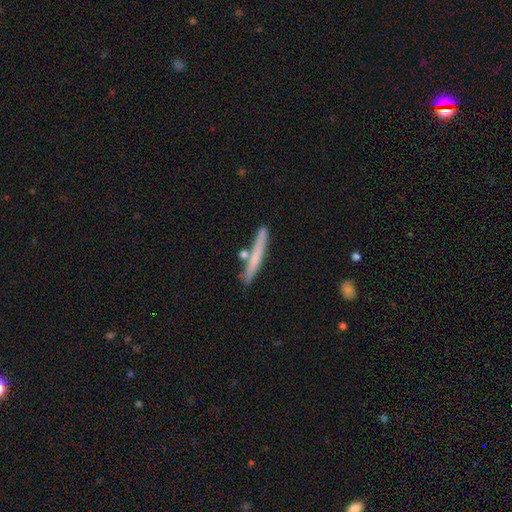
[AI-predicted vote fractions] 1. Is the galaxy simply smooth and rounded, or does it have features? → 58% smooth, 36% featured or disk, 6% star or artifact.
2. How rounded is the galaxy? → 96% cigar-shaped, 3% in between, 1% round.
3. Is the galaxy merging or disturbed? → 80% none, 11% minor disturbance, 7% merger, 2% major disturbance.